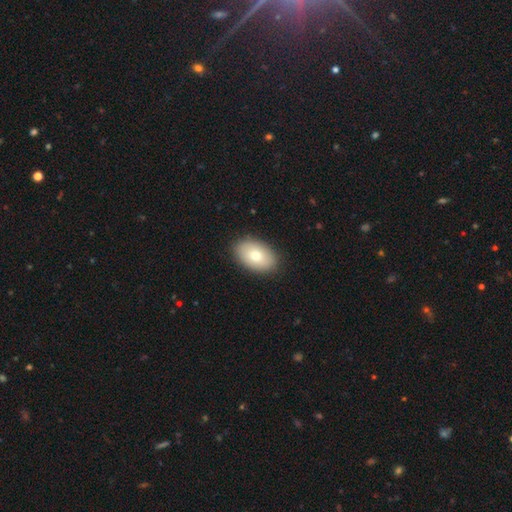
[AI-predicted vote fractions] smooth-or-featured: smooth: 76% | featured or disk: 17% | star or artifact: 7%
  how-rounded: in between: 90% | round: 9% | cigar-shaped: 1%
  merging: none: 89% | minor disturbance: 8% | major disturbance: 2% | merger: 1%